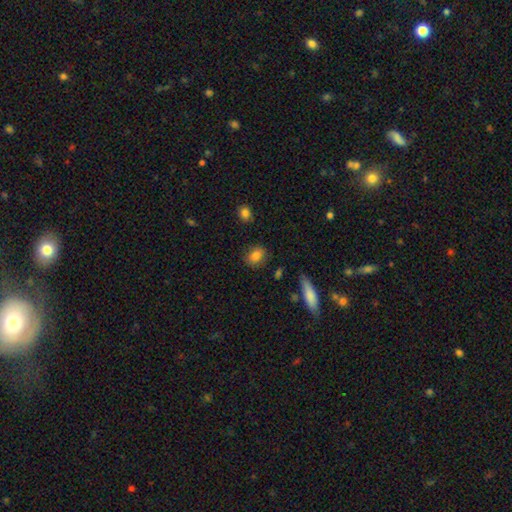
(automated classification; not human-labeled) Overall: smooth (83%). How rounded: in between (58%; round 40%). Merging: none (82%).